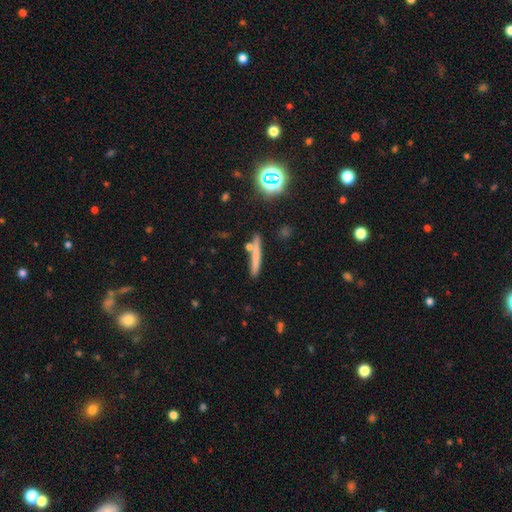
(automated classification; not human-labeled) Smooth or featured? smooth (62%)
How rounded? cigar-shaped (94%)
Merging? none (80%)